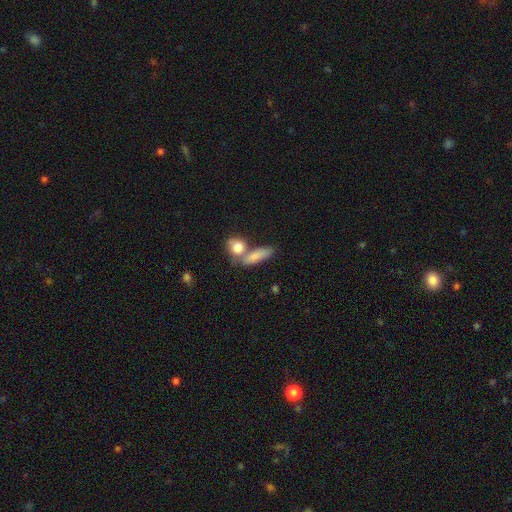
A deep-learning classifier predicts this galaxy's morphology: Overall: smooth (79%). How rounded: in between (56%; cigar-shaped 32%). Merging: none (43%; merger 39%).